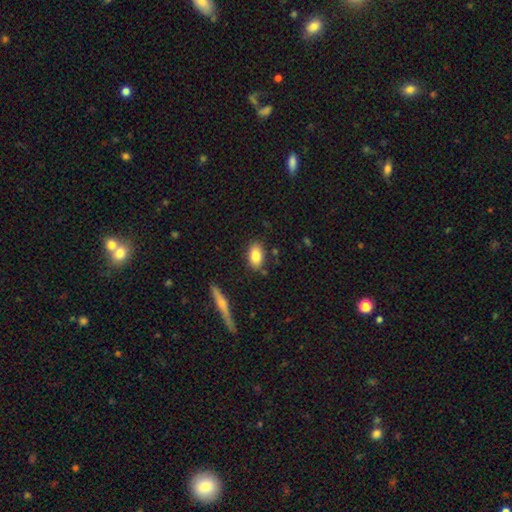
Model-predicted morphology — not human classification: smooth 83%, featured or disk 9%, star or artifact 7%. Down the decision tree: how rounded — in between (88%); merging — none (82%).